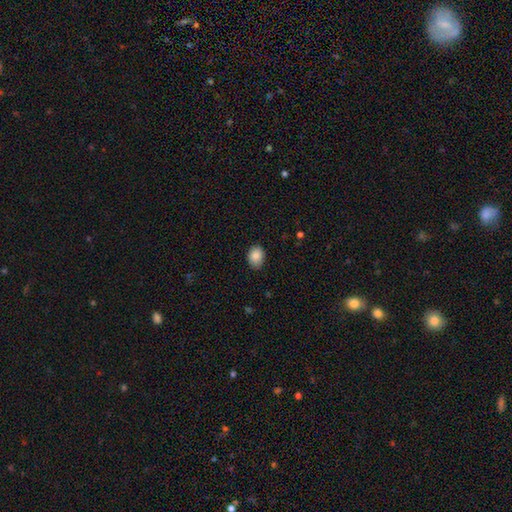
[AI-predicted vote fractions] Smooth or featured: smooth — 88% (star or artifact — 8%)
How rounded: in between — 67% (round — 32%)
Merging: none — 83% (minor disturbance — 14%)